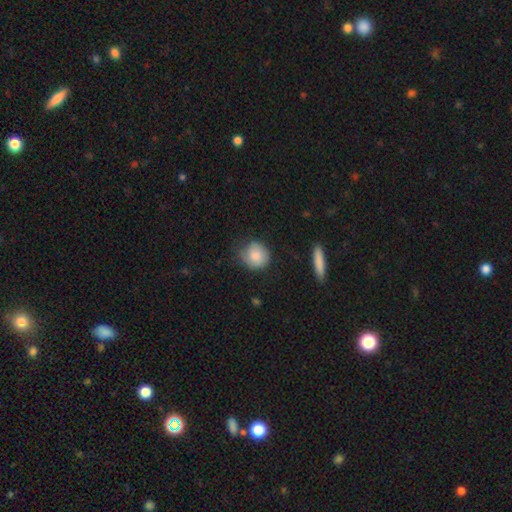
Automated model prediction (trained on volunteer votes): The model was most divided on "merging": none: 61%, minor disturbance: 29%, major disturbance: 9%, merger: 2%. More confident: how rounded — round (82%); smooth or featured — smooth (78%).